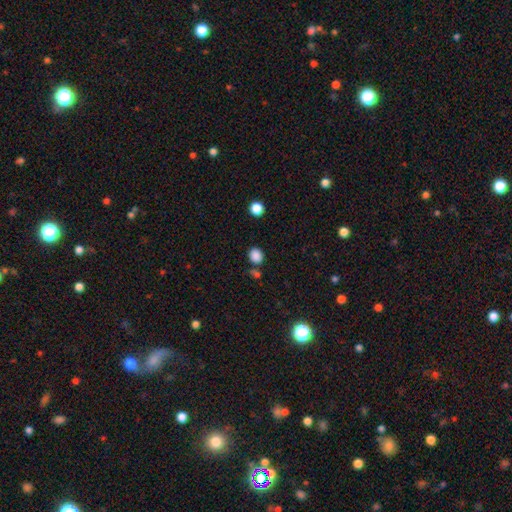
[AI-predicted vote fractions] Smooth or featured?
  - smooth: 85% *
  - star or artifact: 12%
  - featured or disk: 3%
How rounded?
  - round: 70% *
  - in between: 29%
  - cigar-shaped: 1%
Merging?
  - none: 76% *
  - minor disturbance: 11%
  - merger: 9%
  - major disturbance: 4%